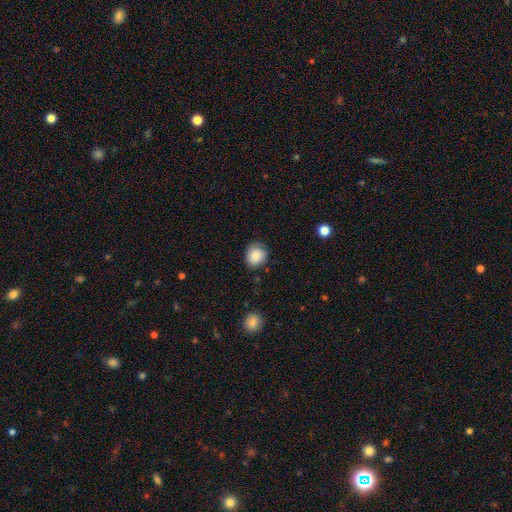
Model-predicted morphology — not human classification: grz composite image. It shows a smooth galaxy with no disk features (82%) that is round (80%). Merging: none (73%).